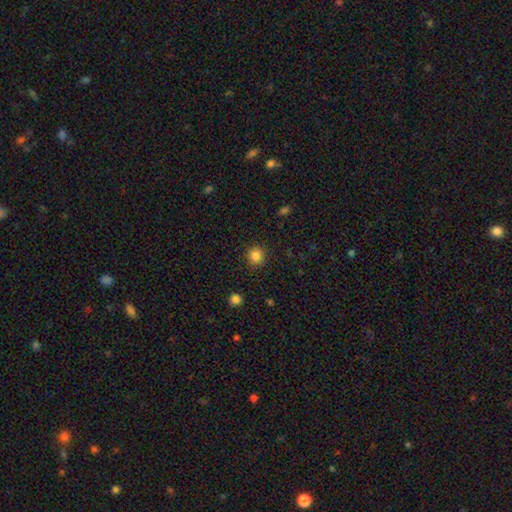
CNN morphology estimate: type=smooth (84%); roundness=round (91%); merging=none (90%).